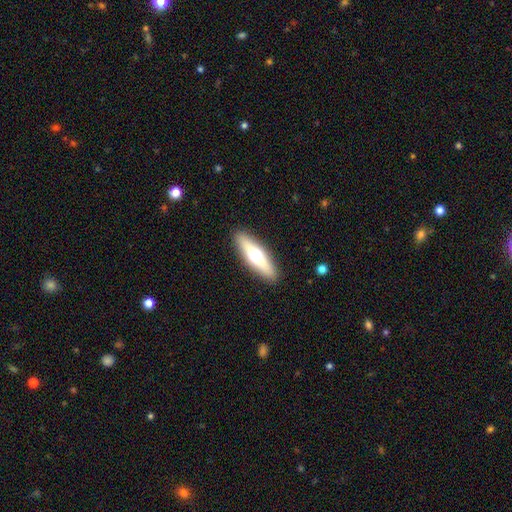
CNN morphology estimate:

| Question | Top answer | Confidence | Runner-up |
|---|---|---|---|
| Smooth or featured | smooth | 47% | featured or disk (46%) |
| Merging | none | 90% | minor disturbance (7%) |